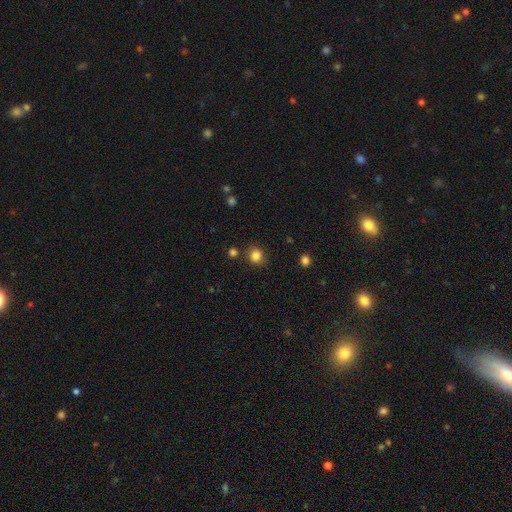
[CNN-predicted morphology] Smooth or featured: smooth — 84% (star or artifact — 12%)
How rounded: round — 87% (in between — 12%)
Merging: none — 83% (minor disturbance — 9%)